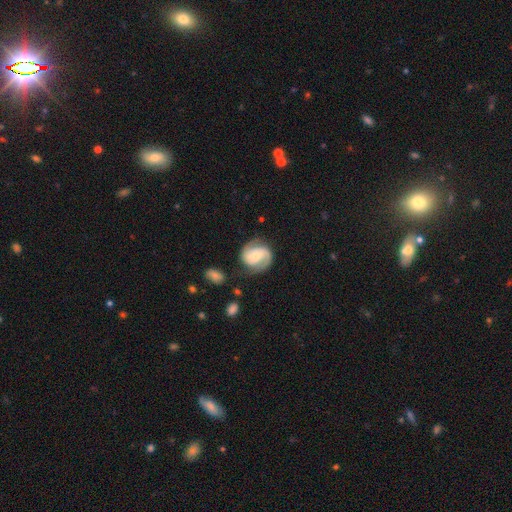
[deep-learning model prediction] This appears to be a featured or disk galaxy (82%) with no bar (52%), 2 (86%) medium (45%) spiral arms (96%) and a small central bulge (48%). Merging: none (74%).